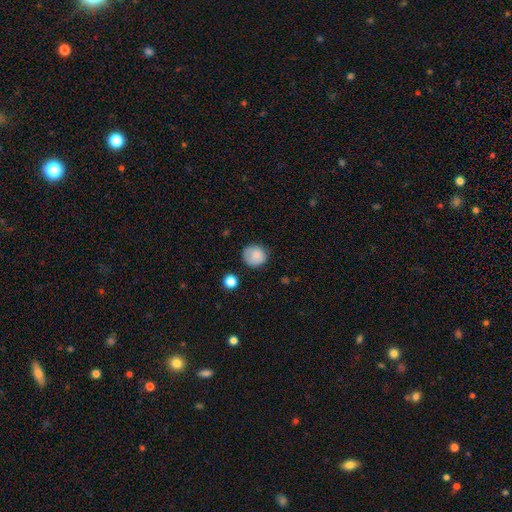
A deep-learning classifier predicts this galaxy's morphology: smooth_or_featured: smooth (p=0.83) [alt: star or artifact p=0.08]
how_rounded: round (p=0.85) [alt: in between p=0.14]
merging: none (p=0.76) [alt: minor disturbance p=0.17]